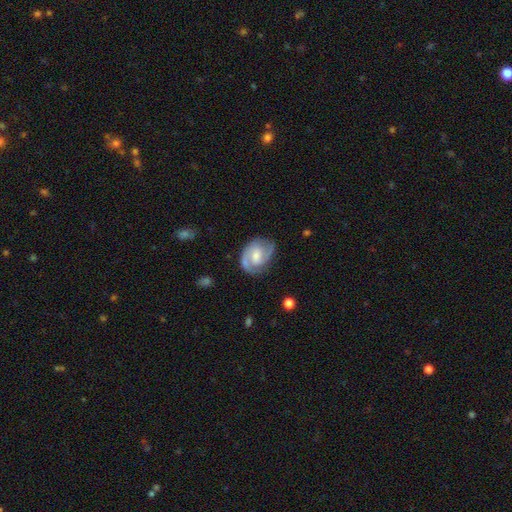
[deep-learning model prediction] A featured or disk galaxy (83%) with a weak bar (53%), 2 (83%) medium (51%) spiral arms (96%) and a moderate central bulge (48%).

Vote fractions:
- Smooth or featured? featured or disk: 83% / smooth: 12% / star or artifact: 5%
- Edge-on disk? no: 98% / yes: 2%
- Bar? weak: 53% / no: 33% / strong: 14%
- Spiral arms? yes: 96% / no: 4%
- Spiral winding? medium: 51% / tight: 36% / loose: 13%
- Spiral arm count? 2: 83% / can't tell: 6% / 1: 4% / 3: 4% / 4: 1% / more than 4: 1%
- Bulge size? moderate: 48% / small: 38% / none: 7% / large: 6% / dominant: 1%
- Merging? none: 75% / minor disturbance: 18% / major disturbance: 6% / merger: 1%